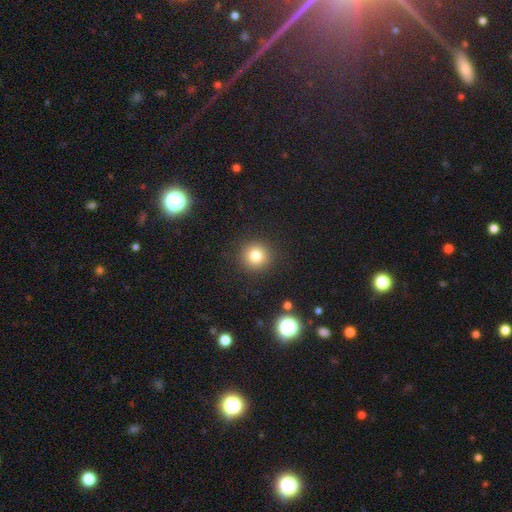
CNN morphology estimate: The model was most divided on "smooth or featured": smooth: 81%, star or artifact: 12%, featured or disk: 7%. More confident: how rounded — round (94%); merging — none (90%).